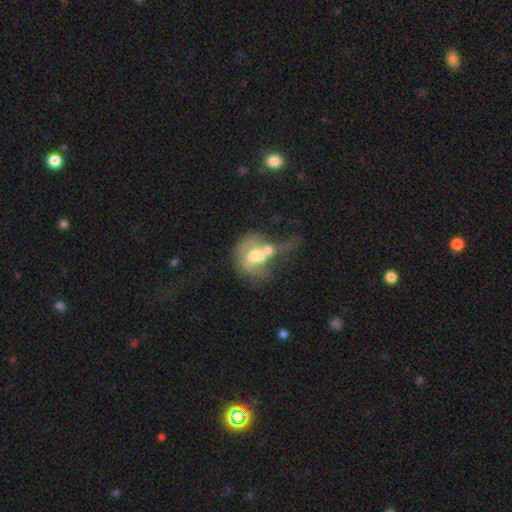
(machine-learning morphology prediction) This is possibly a featured or disk galaxy (58%). It is clearly not viewed edge-on (97%). Bar: likely no (66%). Spiral arm pattern: possibly no (54%). Central bulge: possibly moderate (58%). Merging: likely merger (61%).